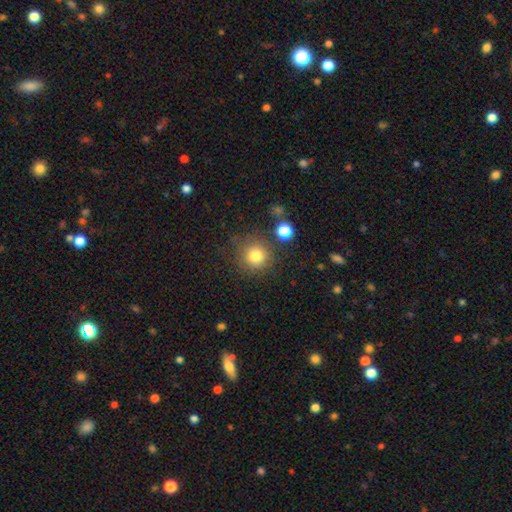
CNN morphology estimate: Smooth or featured: smooth — 80% (star or artifact — 13%)
How rounded: round — 93% (in between — 6%)
Merging: none — 79% (minor disturbance — 11%)